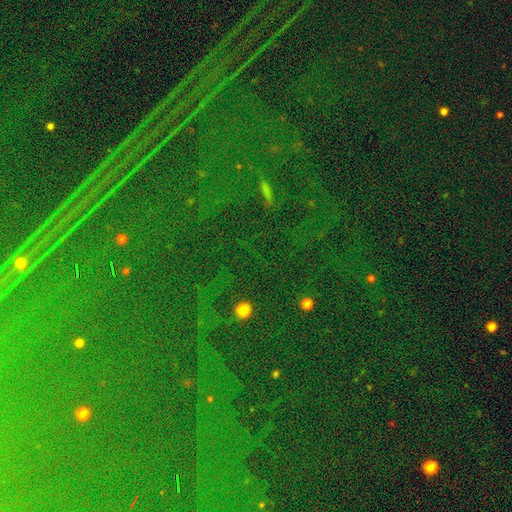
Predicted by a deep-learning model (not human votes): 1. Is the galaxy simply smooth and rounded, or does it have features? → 83% star or artifact, 10% smooth, 8% featured or disk.